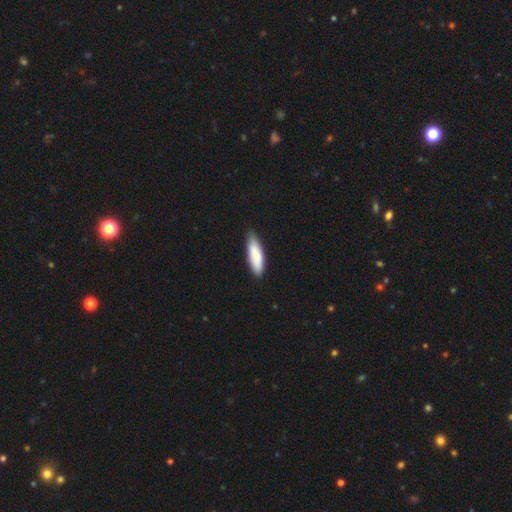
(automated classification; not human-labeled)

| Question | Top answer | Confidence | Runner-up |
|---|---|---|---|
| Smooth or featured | smooth | 85% | featured or disk (10%) |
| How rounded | cigar-shaped | 51% | in between (47%) |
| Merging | none | 77% | minor disturbance (20%) |